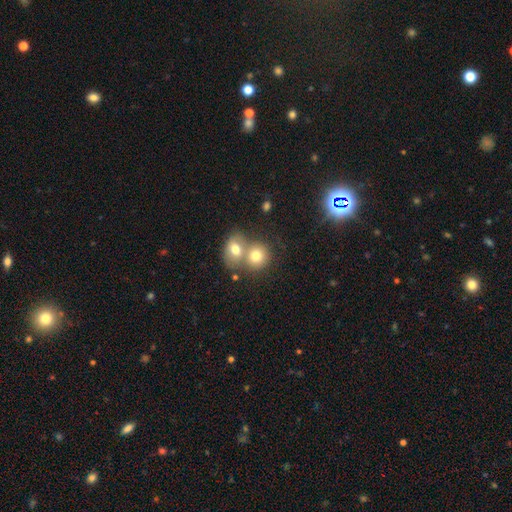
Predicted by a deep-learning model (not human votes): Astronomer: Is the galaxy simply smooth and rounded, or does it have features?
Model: smooth — 75%.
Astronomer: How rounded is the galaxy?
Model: round — 72%.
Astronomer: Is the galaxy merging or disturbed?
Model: merger — 59%.